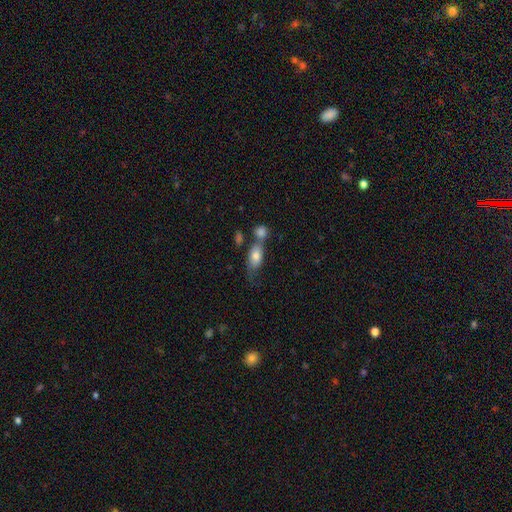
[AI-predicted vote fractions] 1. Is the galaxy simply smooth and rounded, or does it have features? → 76% smooth, 17% featured or disk, 7% star or artifact.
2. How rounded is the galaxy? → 84% in between, 9% round, 7% cigar-shaped.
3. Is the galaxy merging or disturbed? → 41% merger, 36% none, 15% minor disturbance, 8% major disturbance.